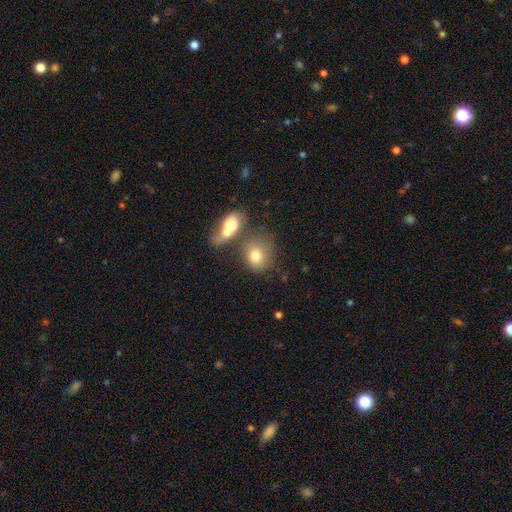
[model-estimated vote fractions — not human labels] smooth_or_featured: smooth (p=0.75) [alt: featured or disk p=0.14]
how_rounded: round (p=0.68) [alt: in between p=0.30]
merging: none (p=0.43) [alt: merger p=0.35]